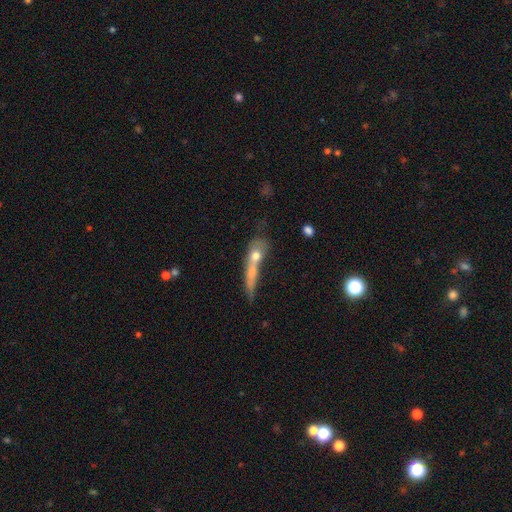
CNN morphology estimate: This is possibly a smooth galaxy (58%). How rounded: possibly cigar-shaped (51%). Merging: marginally merger (43%).